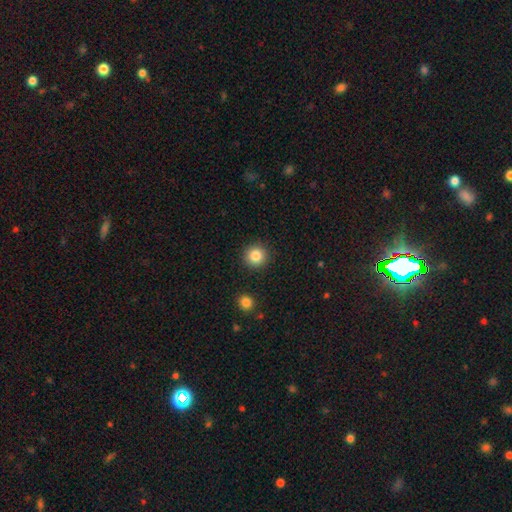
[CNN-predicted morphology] A smooth galaxy with no disk features (84%) that is round (95%).

Vote fractions:
- Smooth or featured? smooth: 84% / star or artifact: 10% / featured or disk: 5%
- How rounded? round: 95% / in between: 4% / cigar-shaped: 1%
- Merging? none: 91% / minor disturbance: 5% / major disturbance: 2% / merger: 2%